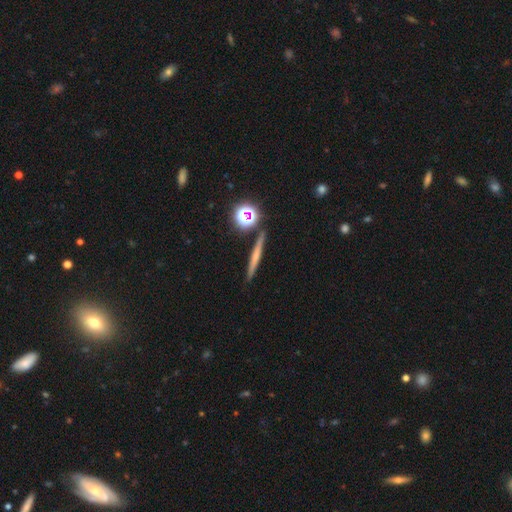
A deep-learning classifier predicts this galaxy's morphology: smooth_or_featured: smooth (p=0.44) [alt: featured or disk p=0.43]
merging: none (p=0.88) [alt: minor disturbance p=0.07]